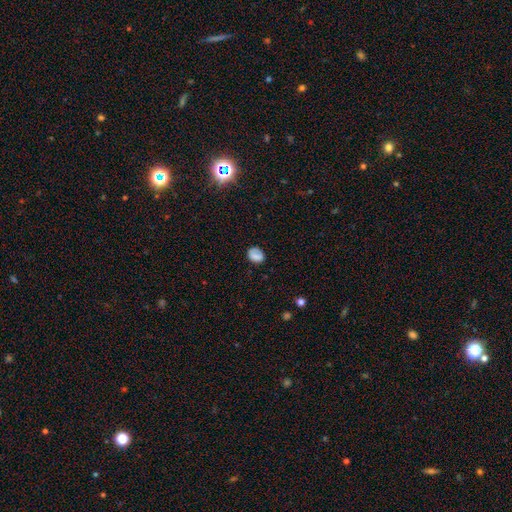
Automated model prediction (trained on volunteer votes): This is likely a smooth galaxy (76%). How rounded: possibly round (53%). Merging: likely none (71%).